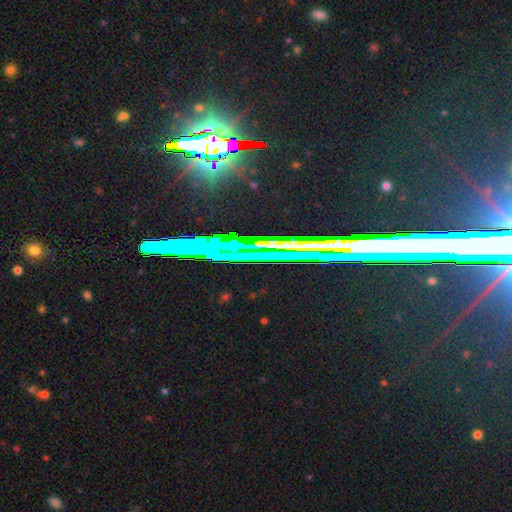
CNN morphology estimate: Smooth or featured? Predicted: star or artifact (p=0.78).